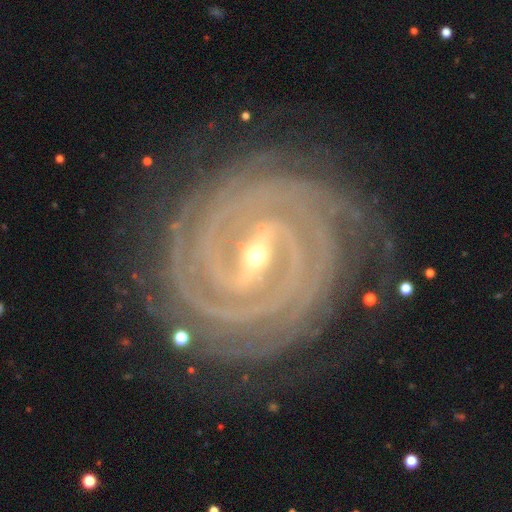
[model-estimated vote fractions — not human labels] Smooth or featured? Predicted: featured or disk (p=0.93). Edge-on disk? Predicted: no (p=0.97). Bar? Predicted: strong (p=0.62). Spiral arms? Predicted: yes (p=0.99). Spiral winding? Predicted: tight (p=0.90). Spiral arm count? Predicted: 2 (p=0.26). Bulge size? Predicted: small (p=0.56). Merging? Predicted: none (p=0.85).